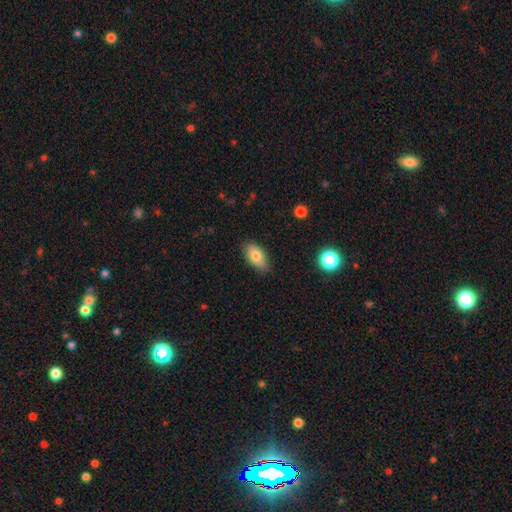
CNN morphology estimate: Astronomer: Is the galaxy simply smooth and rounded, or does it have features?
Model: smooth — 79%.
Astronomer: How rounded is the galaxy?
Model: in between — 91%.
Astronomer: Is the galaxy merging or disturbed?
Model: none — 83%.